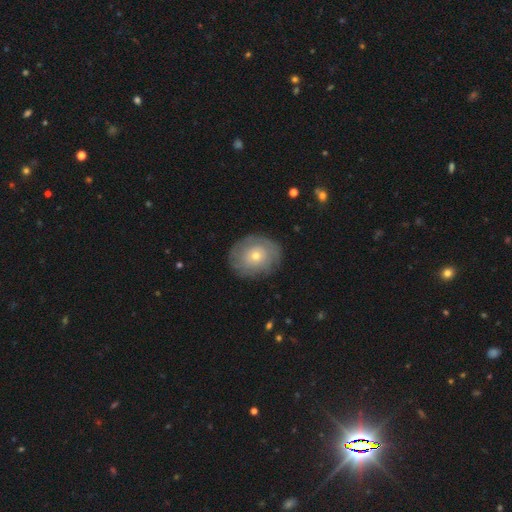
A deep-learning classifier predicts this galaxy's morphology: Smooth or featured? smooth (50%)
Merging? none (82%)